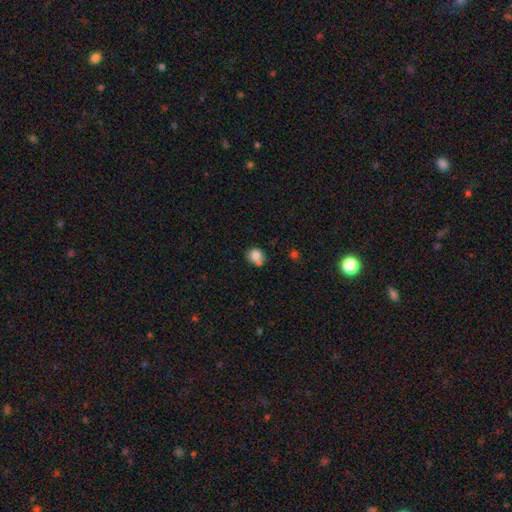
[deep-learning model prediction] A smooth galaxy with no disk features (79%) that is round (75%).

Vote fractions:
- Smooth or featured? smooth: 79% / featured or disk: 11% / star or artifact: 10%
- How rounded? round: 75% / in between: 24% / cigar-shaped: 1%
- Merging? none: 54% / merger: 23% / minor disturbance: 18% / major disturbance: 5%